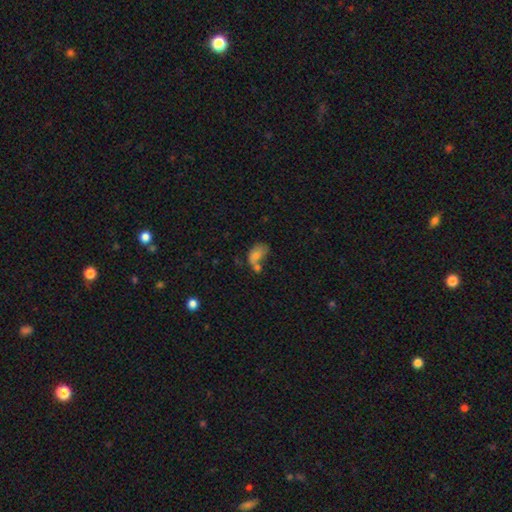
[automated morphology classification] Smooth or featured? smooth (70%)
How rounded? in between (85%)
Merging? merger (47%)